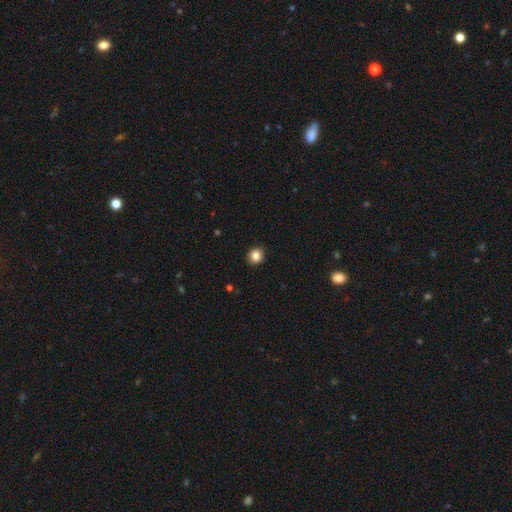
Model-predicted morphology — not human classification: A smooth galaxy with no disk features (85%) that is round (82%). Merging: none (92%).